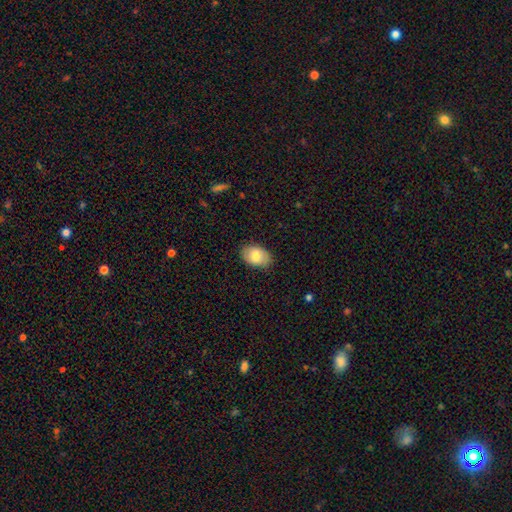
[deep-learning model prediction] Smooth or featured? Predicted: smooth (p=0.80). How rounded? Predicted: in between (p=0.88). Merging? Predicted: none (p=0.86).